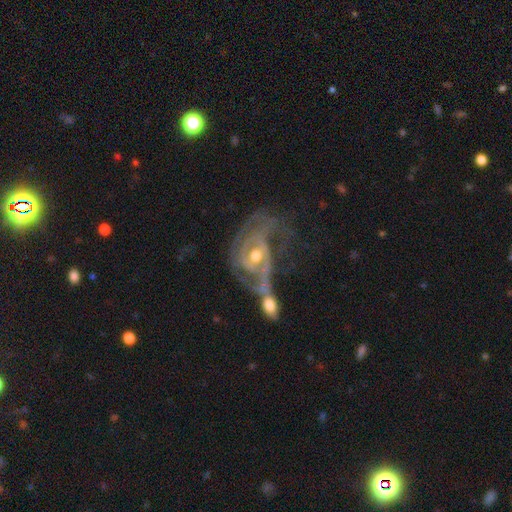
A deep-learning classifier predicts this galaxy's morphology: A featured or disk galaxy (84%) with no bar (47%), 2 (42%) tight (43%) spiral arms (90%) and a moderate central bulge (49%).

Vote fractions:
- Smooth or featured? featured or disk: 84% / star or artifact: 8% / smooth: 8%
- Edge-on disk? no: 96% / yes: 4%
- Bar? no: 47% / weak: 39% / strong: 14%
- Spiral arms? yes: 90% / no: 10%
- Spiral winding? tight: 43% / medium: 39% / loose: 18%
- Spiral arm count? 2: 42% / can't tell: 31% / 3: 12% / 1: 8% / 4: 4% / more than 4: 4%
- Bulge size? moderate: 49% / small: 47% / large: 2% / none: 1% / dominant: 1%
- Merging? merger: 42% / none: 24% / major disturbance: 20% / minor disturbance: 14%